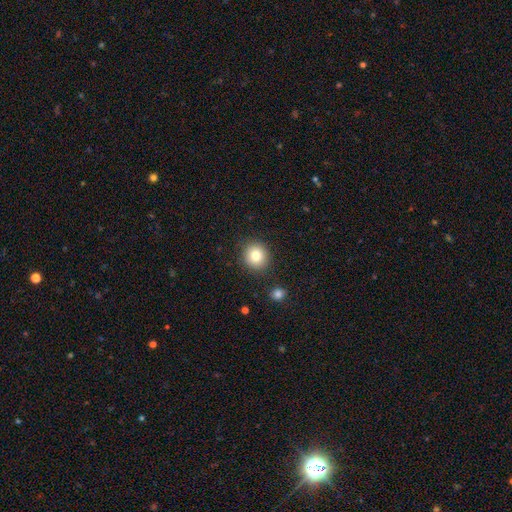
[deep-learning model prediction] Q: Smooth or featured?
A: smooth (81%); runner-up: star or artifact (10%)
Q: How rounded?
A: round (86%); runner-up: in between (14%)
Q: Merging?
A: none (87%); runner-up: minor disturbance (8%)